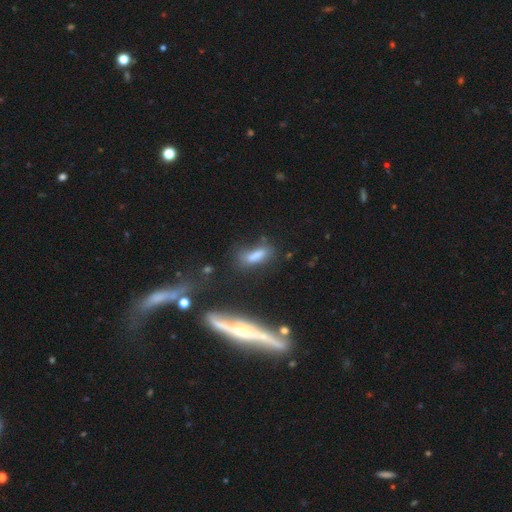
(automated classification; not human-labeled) This is likely a smooth galaxy (73%). How rounded: possibly in between (55%). Merging: possibly none (56%).